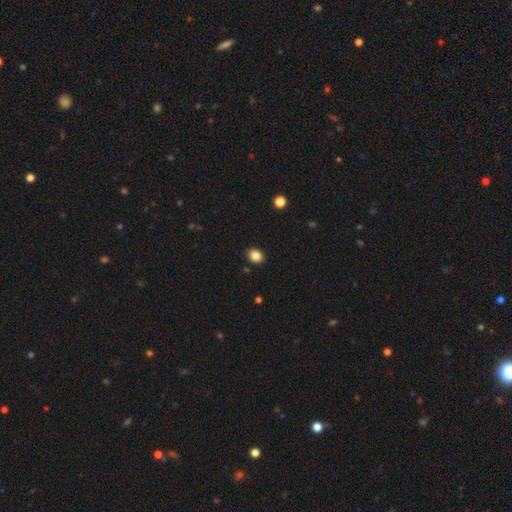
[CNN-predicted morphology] smooth 85%, star or artifact 10%, featured or disk 5%. Down the decision tree: how rounded — round (53%); merging — none (89%).